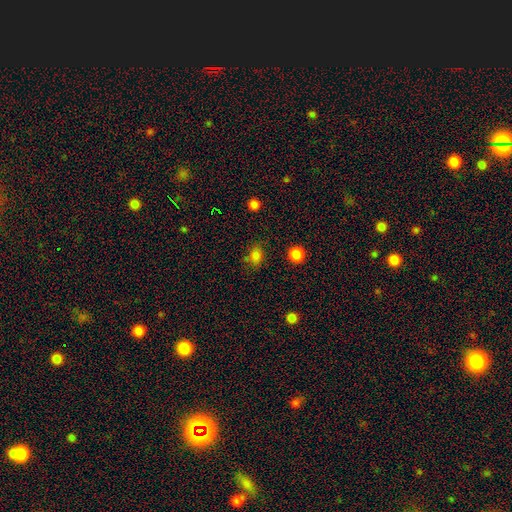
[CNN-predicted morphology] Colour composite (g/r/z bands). It shows a smooth galaxy with no disk features (79%) that is in between round and cigar-shaped (51%). Merging: none (72%).